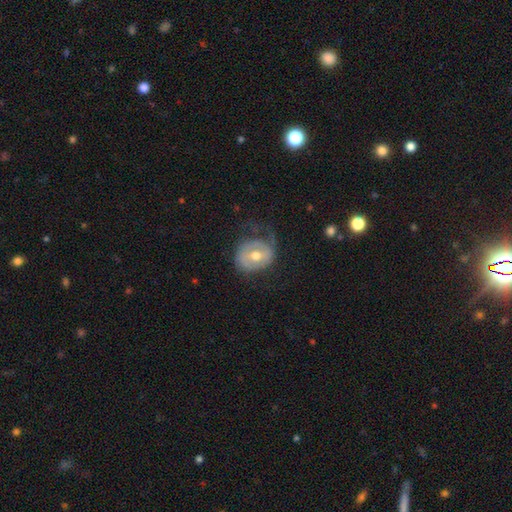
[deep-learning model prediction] A featured or disk galaxy (56%) with no bar (52%), spiral arms (60%) and a moderate central bulge (75%).

Vote fractions:
- Smooth or featured? featured or disk: 56% / smooth: 37% / star or artifact: 7%
- Edge-on disk? no: 96% / yes: 4%
- Bar? no: 52% / weak: 35% / strong: 14%
- Spiral arms? yes: 60% / no: 40%
- Bulge size? moderate: 75% / small: 17% / large: 6% / none: 1% / dominant: 1%
- Merging? none: 45% / major disturbance: 27% / minor disturbance: 26% / merger: 2%